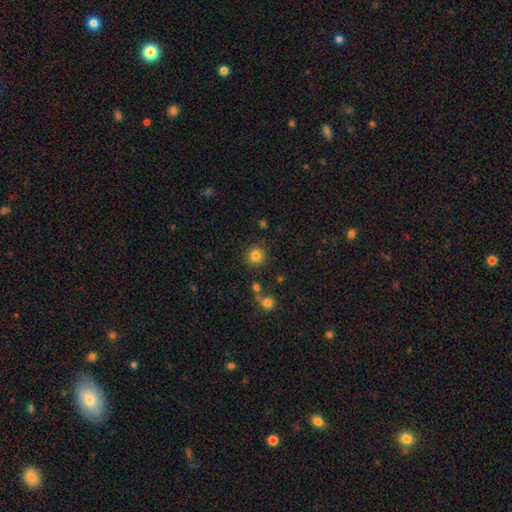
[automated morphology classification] Smooth or featured? Predicted: smooth (p=0.83). How rounded? Predicted: round (p=0.93). Merging? Predicted: none (p=0.87).